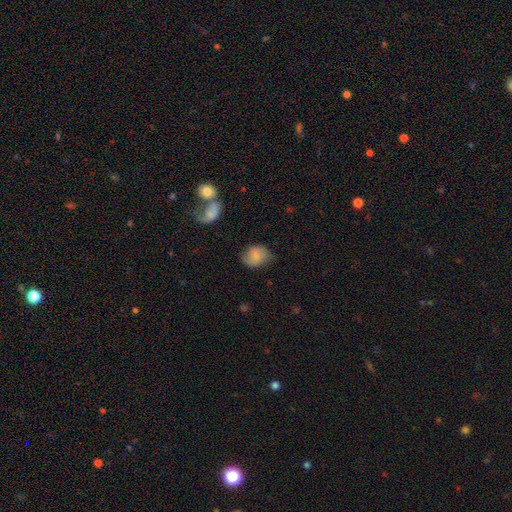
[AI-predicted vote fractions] Smooth or featured? smooth (72%)
How rounded? in between (56%)
Merging? none (64%)